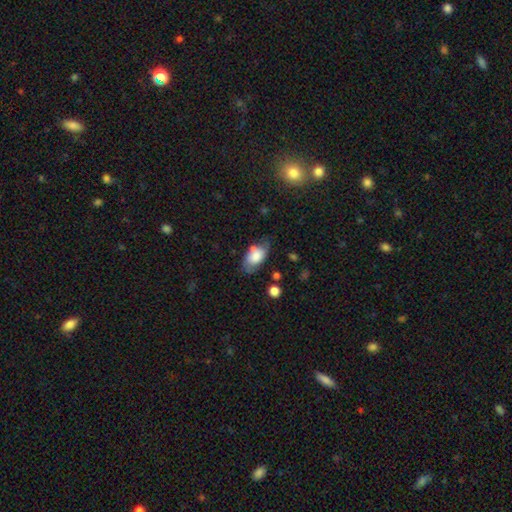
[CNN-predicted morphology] Smooth or featured? smooth (73%)
How rounded? in between (92%)
Merging? none (56%)